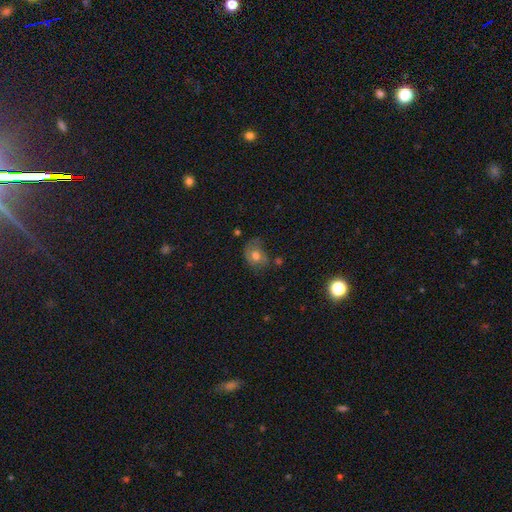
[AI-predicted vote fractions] smooth_or_featured: smooth (p=0.53) [alt: featured or disk p=0.36]
how_rounded: in between (p=0.55) [alt: round p=0.44]
merging: none (p=0.44) [alt: minor disturbance p=0.31]